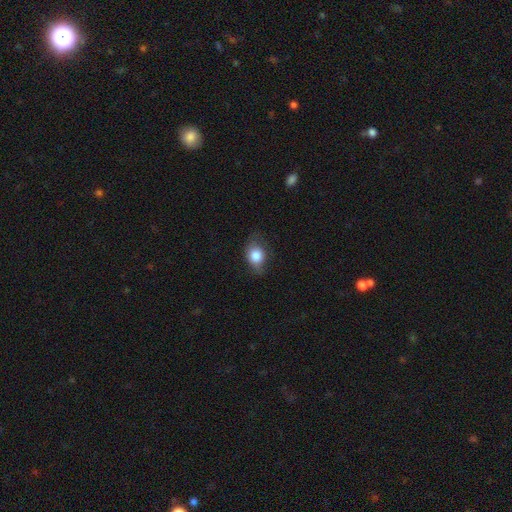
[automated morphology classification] type=smooth (80%); roundness=in between (62%); merging=none (64%).